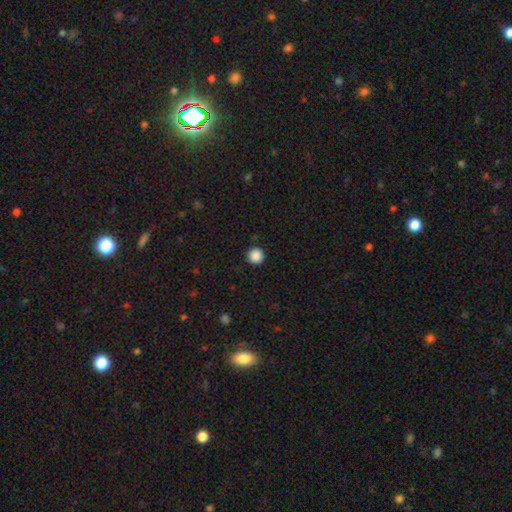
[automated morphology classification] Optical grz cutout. It shows a smooth galaxy with no disk features (88%) that is round (95%). Merging: none (92%).